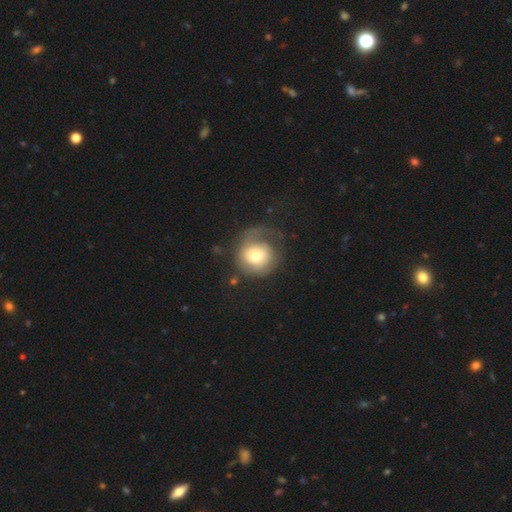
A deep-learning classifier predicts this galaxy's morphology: Smooth or featured? smooth (51%)
How rounded? round (85%)
Merging? none (44%)